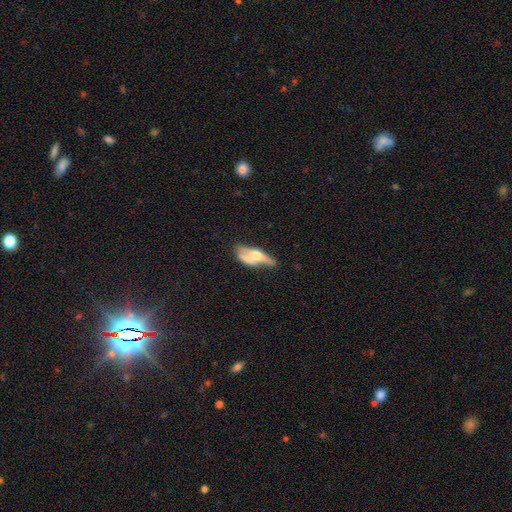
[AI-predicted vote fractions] Overall: featured or disk (51%; smooth 41%). Edge-on disk: yes (63%; no 37%). Merging: merger (34%; none 31%).